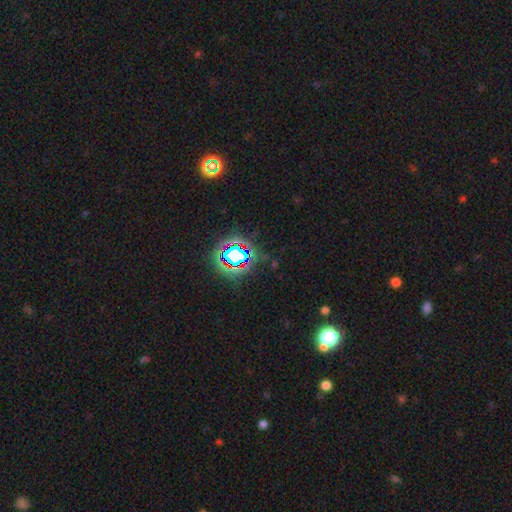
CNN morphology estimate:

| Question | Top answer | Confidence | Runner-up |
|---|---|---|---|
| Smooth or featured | star or artifact | 77% | smooth (13%) |